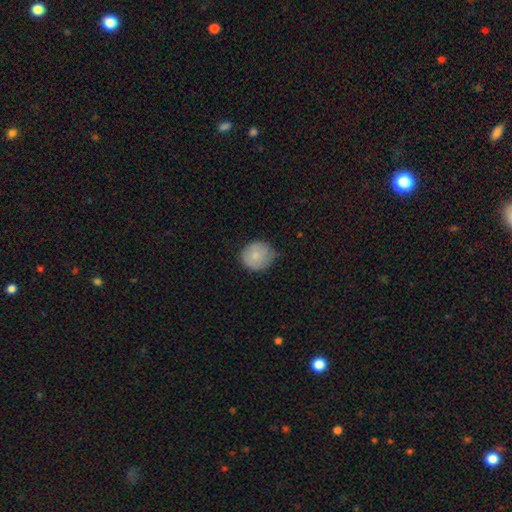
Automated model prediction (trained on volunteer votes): A smooth galaxy with no disk features (80%) that is round (86%). Merging: none (57%).